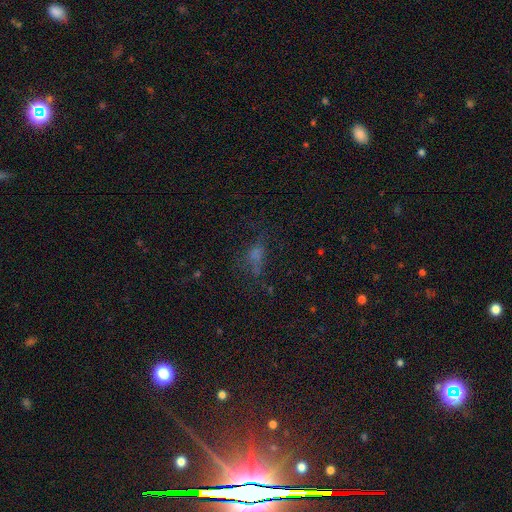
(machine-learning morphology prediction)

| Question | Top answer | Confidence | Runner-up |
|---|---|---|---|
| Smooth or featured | smooth | 50% | star or artifact (30%) |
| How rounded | in between | 66% | cigar-shaped (18%) |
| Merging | none | 46% | major disturbance (27%) |